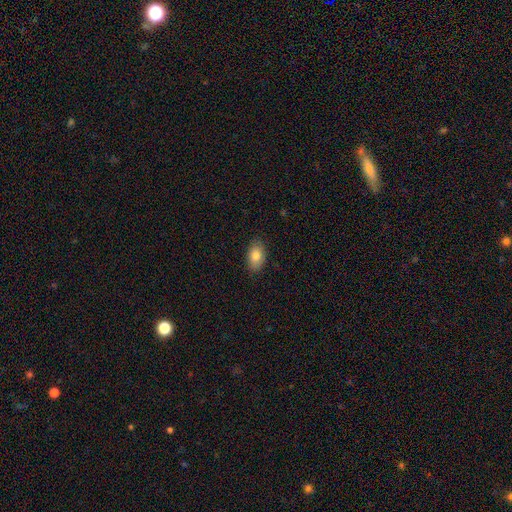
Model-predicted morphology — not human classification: smooth-or-featured: smooth: 82% | featured or disk: 10% | star or artifact: 7%
  how-rounded: in between: 91% | round: 8% | cigar-shaped: 2%
  merging: none: 88% | minor disturbance: 9% | major disturbance: 2% | merger: 1%